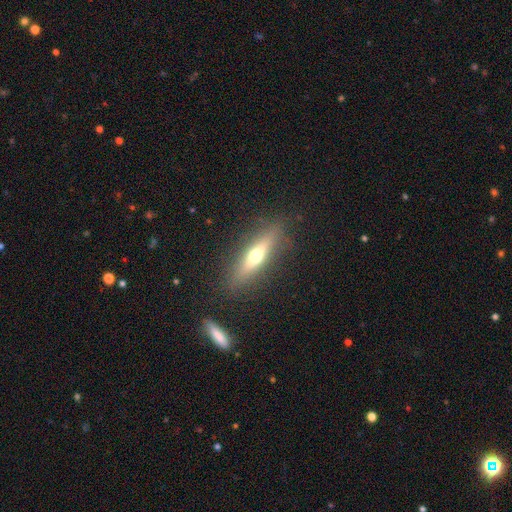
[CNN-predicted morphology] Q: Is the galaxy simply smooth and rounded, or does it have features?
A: featured or disk — 47%.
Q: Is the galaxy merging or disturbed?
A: none — 85%.